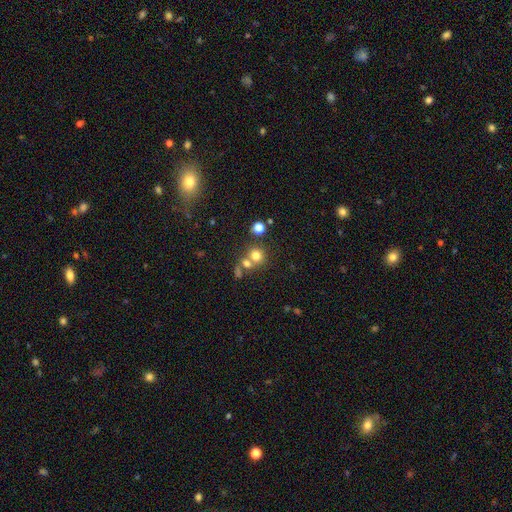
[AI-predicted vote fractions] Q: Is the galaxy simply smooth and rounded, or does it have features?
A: smooth — 72%.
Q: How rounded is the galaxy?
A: round — 83%.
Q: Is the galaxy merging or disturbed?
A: none — 53%.